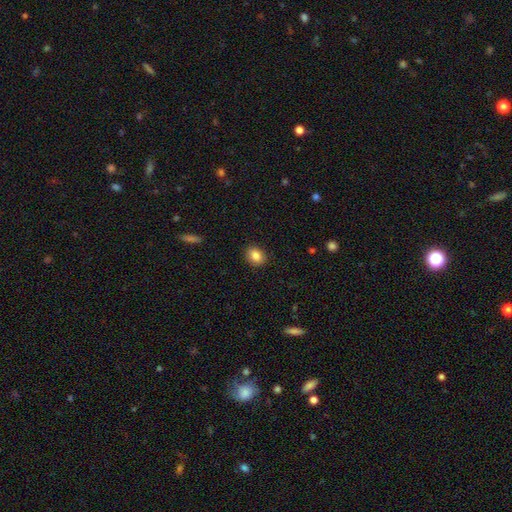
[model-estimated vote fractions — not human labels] Overall: smooth (84%). How rounded: round (53%; in between 46%). Merging: none (89%).